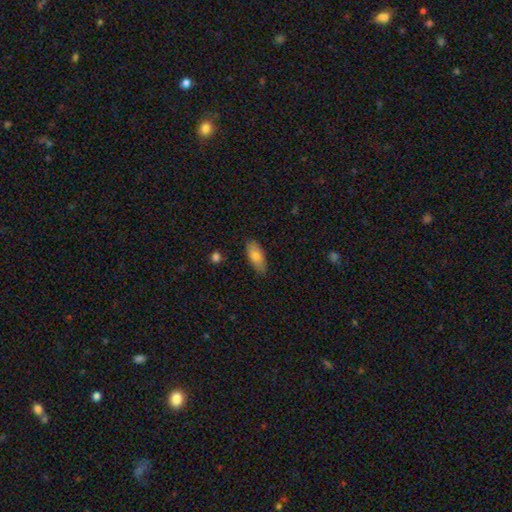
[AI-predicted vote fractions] Morphology: type=smooth (80%); roundness=in between (82%); merging=none (80%).